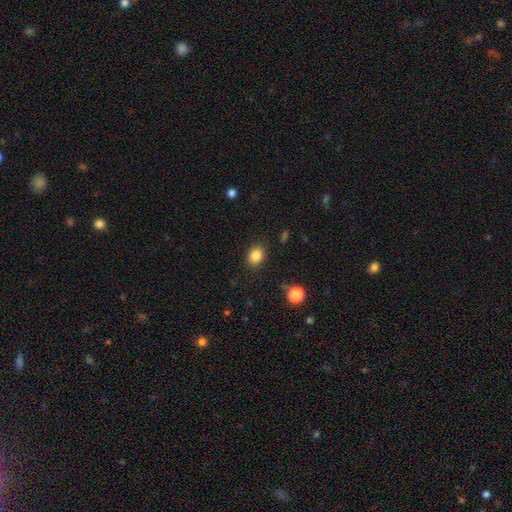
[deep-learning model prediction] This is clearly a smooth galaxy (85%). How rounded: possibly round (55%). Merging: clearly none (87%).